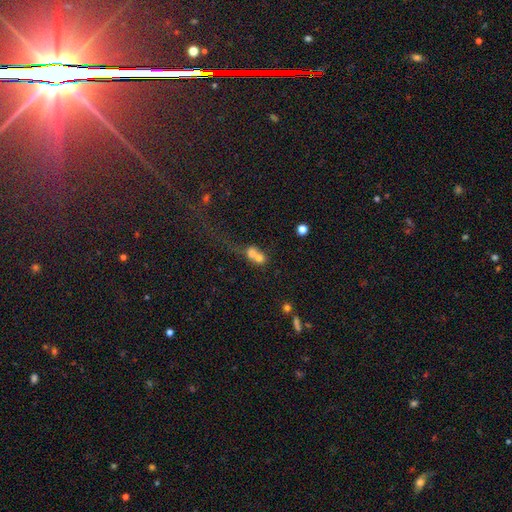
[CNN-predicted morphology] This is likely a smooth galaxy (66%). How rounded: likely round (62%). Merging: likely merger (70%).